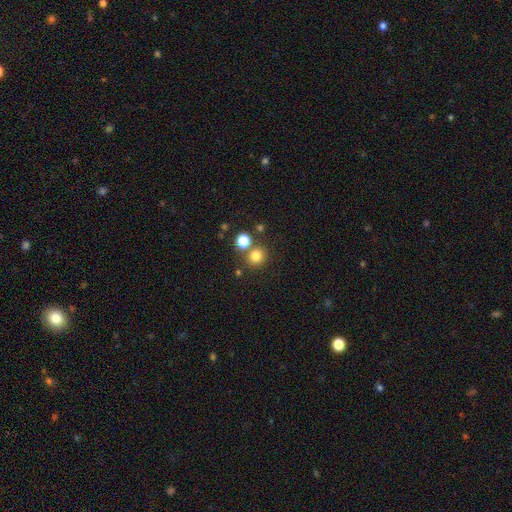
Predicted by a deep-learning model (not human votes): Smooth or featured: smooth — 78% (star or artifact — 16%)
How rounded: round — 86% (in between — 13%)
Merging: none — 73% (merger — 15%)